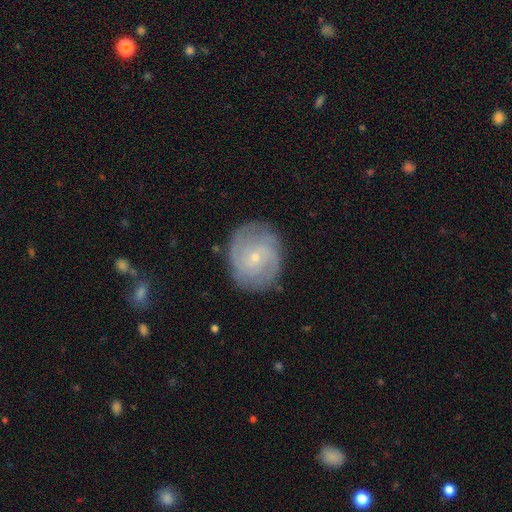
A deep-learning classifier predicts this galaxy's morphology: A featured or disk galaxy (76%) with no bar (60%), tight (58%) spiral arms (92%) and a small central bulge (82%).

Vote fractions:
- Smooth or featured? featured or disk: 76% / smooth: 17% / star or artifact: 7%
- Edge-on disk? no: 97% / yes: 3%
- Bar? no: 60% / weak: 34% / strong: 6%
- Spiral arms? yes: 92% / no: 8%
- Spiral winding? tight: 58% / medium: 33% / loose: 9%
- Spiral arm count? can't tell: 34% / 2: 28% / 3: 17% / 4: 10% / more than 4: 6% / 1: 6%
- Bulge size? small: 82% / moderate: 15% / none: 1% / large: 1% / dominant: 1%
- Merging? none: 81% / minor disturbance: 13% / major disturbance: 4% / merger: 1%